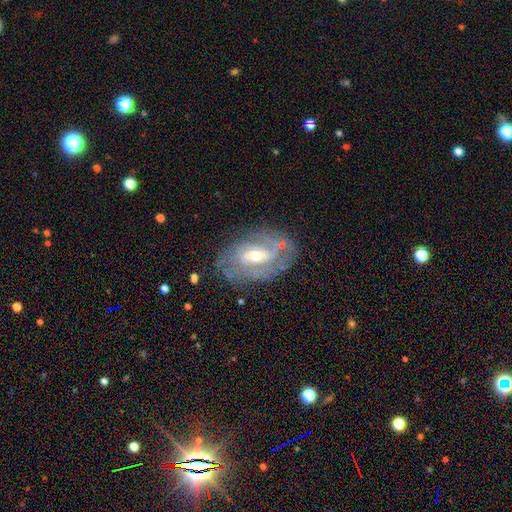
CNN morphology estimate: Smooth or featured?
  - featured or disk: 81% *
  - smooth: 12%
  - star or artifact: 6%
Edge-on disk?
  - no: 95% *
  - yes: 5%
Bar?
  - weak: 43% *
  - no: 38%
  - strong: 20%
Spiral arms?
  - yes: 87% *
  - no: 13%
Spiral winding?
  - tight: 55% *
  - medium: 34%
  - loose: 11%
Spiral arm count?
  - 2: 41% *
  - can't tell: 33%
  - 3: 14%
  - 4: 5%
  - 1: 5%
  - more than 4: 3%
Bulge size?
  - moderate: 52% *
  - small: 43%
  - large: 3%
  - none: 1%
  - dominant: 1%
Merging?
  - none: 71% *
  - minor disturbance: 18%
  - major disturbance: 8%
  - merger: 3%